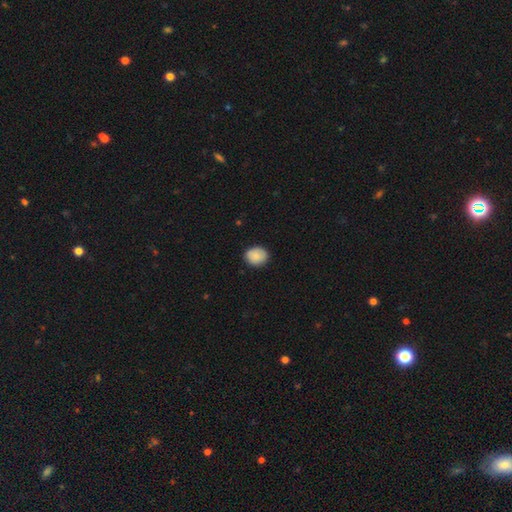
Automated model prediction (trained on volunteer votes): smooth 86%, star or artifact 7%, featured or disk 7%. Down the decision tree: how rounded — round (62%); merging — none (85%).